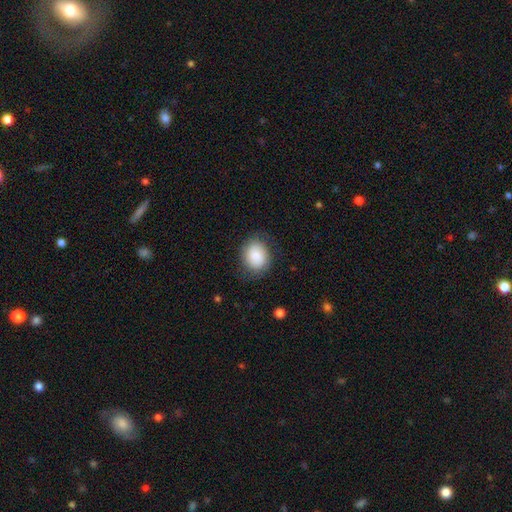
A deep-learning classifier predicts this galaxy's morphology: smooth_or_featured: smooth (p=0.81) [alt: featured or disk p=0.12]
how_rounded: round (p=0.56) [alt: in between p=0.43]
merging: none (p=0.78) [alt: minor disturbance p=0.15]